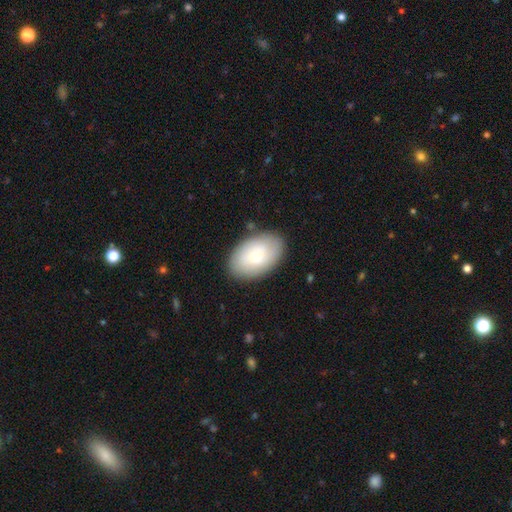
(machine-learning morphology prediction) This appears to be a smooth galaxy with no disk features (73%) that is in between round and cigar-shaped (90%). Merging: none (84%).